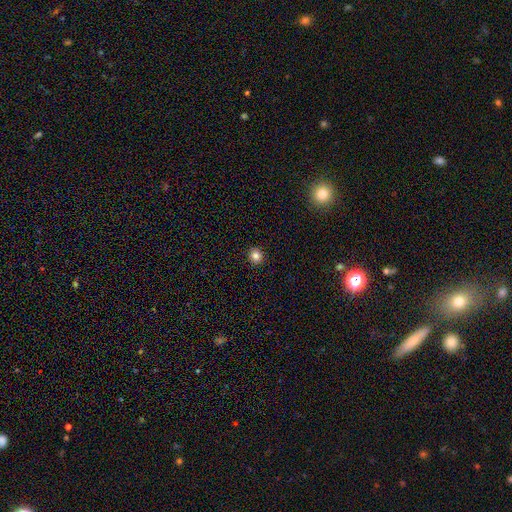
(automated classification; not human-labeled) Smooth or featured? Predicted: smooth (p=0.83). How rounded? Predicted: round (p=0.90). Merging? Predicted: none (p=0.93).